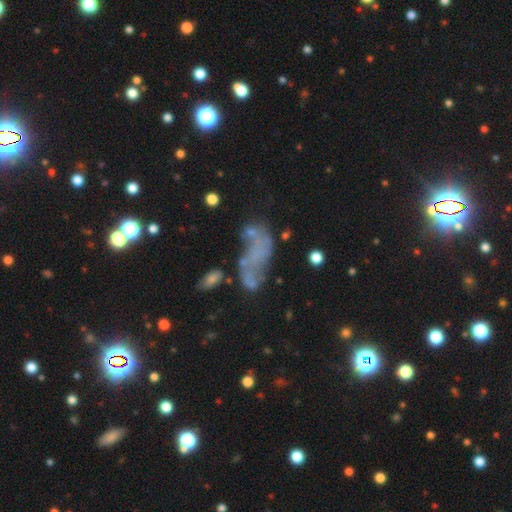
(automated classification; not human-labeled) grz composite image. It shows a featured or disk galaxy (43%). Merging: none (33%).